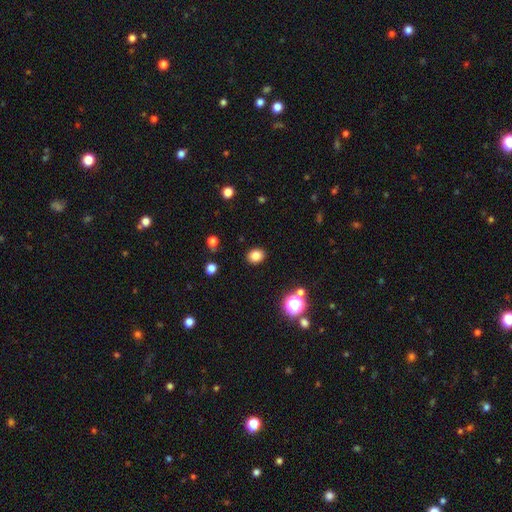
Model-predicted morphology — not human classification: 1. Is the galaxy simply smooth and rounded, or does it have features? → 82% smooth, 13% star or artifact, 5% featured or disk.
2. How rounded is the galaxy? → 50% round, 49% in between, 1% cigar-shaped.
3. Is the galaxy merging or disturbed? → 89% none, 7% minor disturbance, 2% major disturbance, 1% merger.